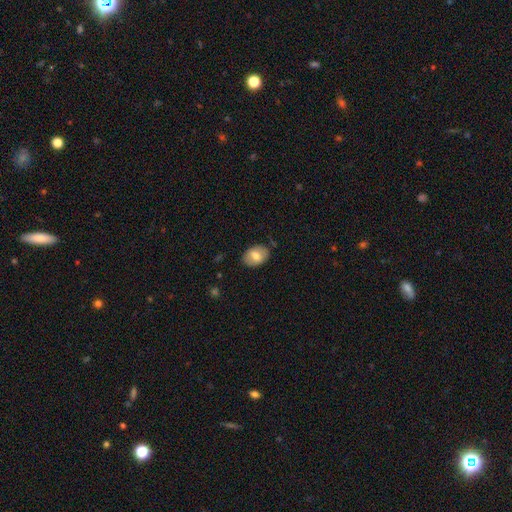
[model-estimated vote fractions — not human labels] smooth-or-featured: smooth: 69% | featured or disk: 24% | star or artifact: 7%
  how-rounded: in between: 80% | round: 19% | cigar-shaped: 1%
  merging: none: 83% | minor disturbance: 13% | major disturbance: 3% | merger: 1%